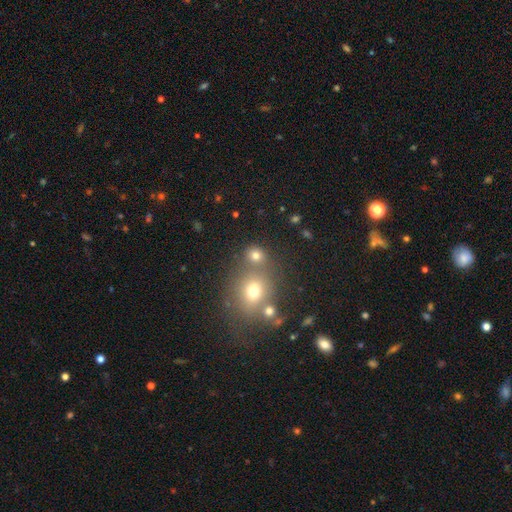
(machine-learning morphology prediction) Smooth or featured? smooth (73%)
How rounded? round (79%)
Merging? none (62%)